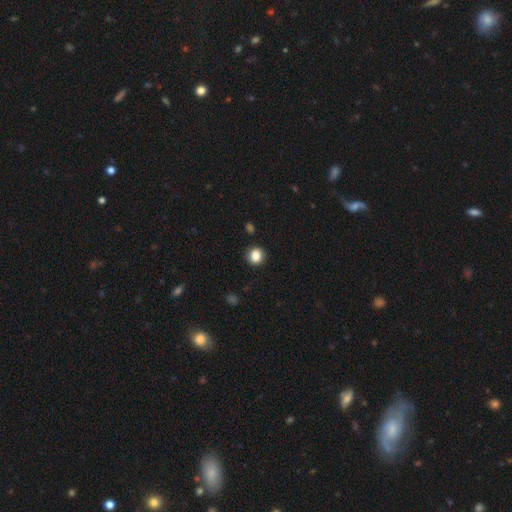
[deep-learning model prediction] Overall: smooth (85%). How rounded: round (84%). Merging: none (91%).